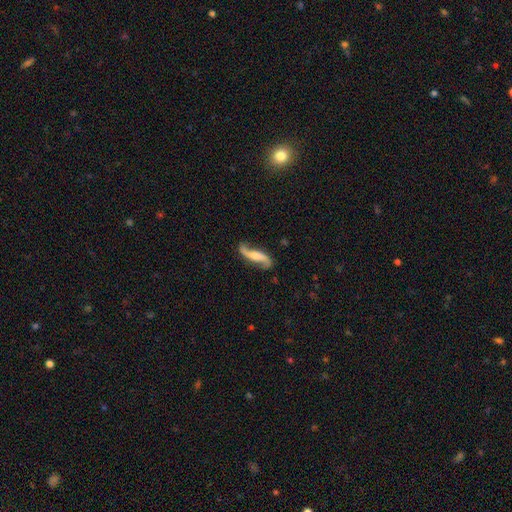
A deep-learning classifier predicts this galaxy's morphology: Smooth or featured? Predicted: featured or disk (p=0.83). Edge-on disk? Predicted: no (p=0.85). Bar? Predicted: no (p=0.47). Spiral arms? Predicted: yes (p=0.96). Spiral winding? Predicted: loose (p=0.85). Spiral arm count? Predicted: 2 (p=0.93). Bulge size? Predicted: moderate (p=0.42). Merging? Predicted: none (p=0.78).